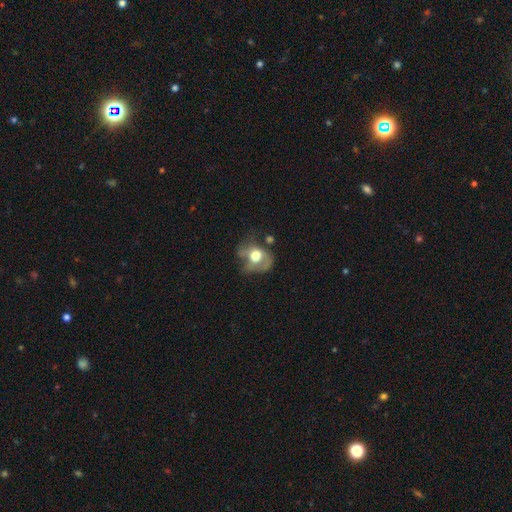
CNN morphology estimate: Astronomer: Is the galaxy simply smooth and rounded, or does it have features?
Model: featured or disk — 47% (runner-up: smooth, 44%).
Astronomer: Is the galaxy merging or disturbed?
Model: major disturbance — 38% (runner-up: none, 31%).